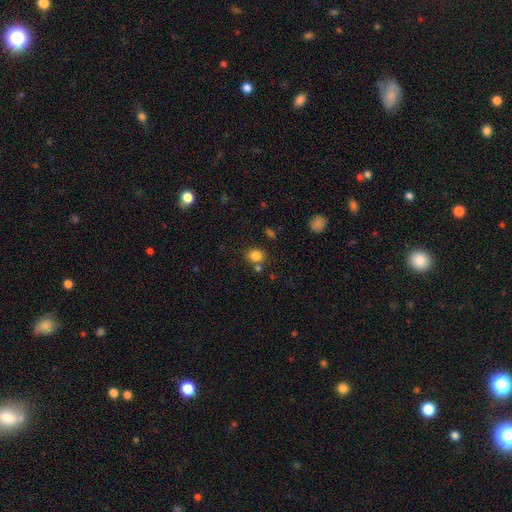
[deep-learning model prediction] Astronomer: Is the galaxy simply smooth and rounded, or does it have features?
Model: smooth — 83%.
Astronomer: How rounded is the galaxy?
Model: round — 75%.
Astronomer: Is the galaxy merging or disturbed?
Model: none — 73%.